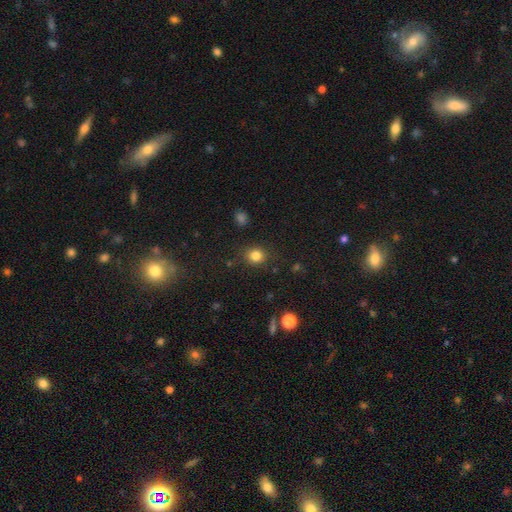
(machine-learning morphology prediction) Overall: smooth (83%). How rounded: round (81%). Merging: none (86%).